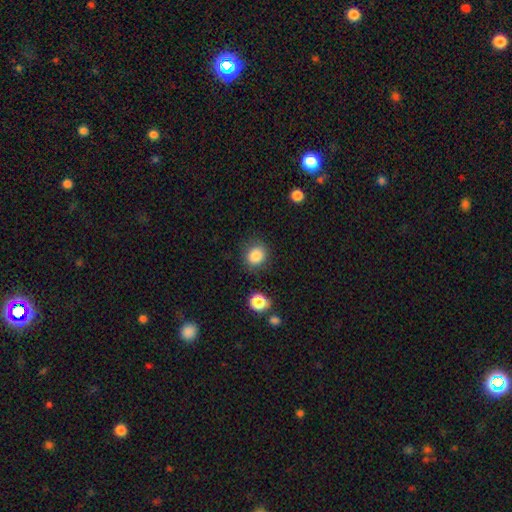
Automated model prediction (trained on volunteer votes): Smooth or featured? Predicted: smooth (p=0.86). How rounded? Predicted: round (p=0.77). Merging? Predicted: none (p=0.82).